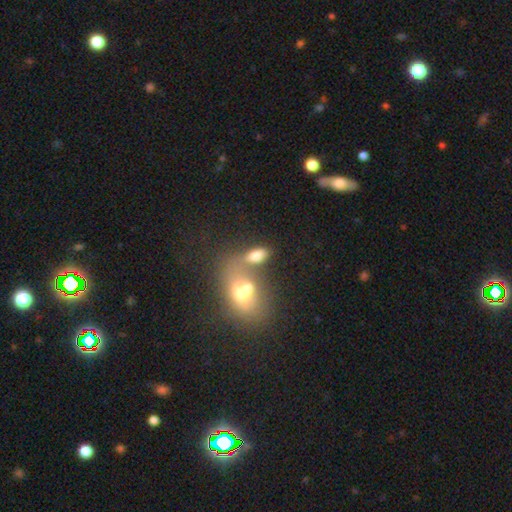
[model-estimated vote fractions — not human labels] Overall: smooth (72%). How rounded: in between (84%). Merging: merger (49%; none 31%).